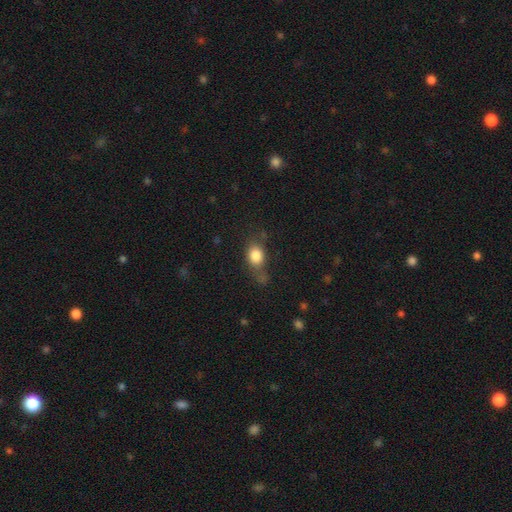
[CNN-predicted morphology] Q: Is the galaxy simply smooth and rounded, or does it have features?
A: smooth — 82%.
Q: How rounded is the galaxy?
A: in between — 59%.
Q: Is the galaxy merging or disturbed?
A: none — 52%.